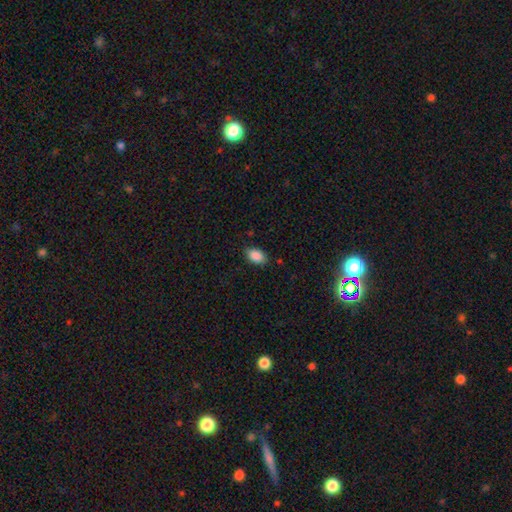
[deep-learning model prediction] Smooth or featured: smooth — 88% (star or artifact — 8%)
How rounded: in between — 89% (round — 9%)
Merging: none — 84% (minor disturbance — 12%)